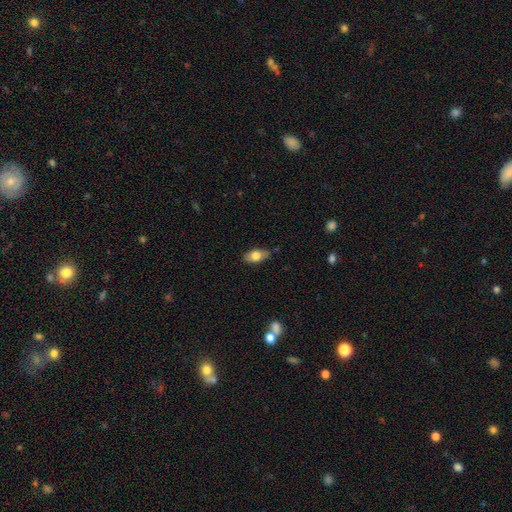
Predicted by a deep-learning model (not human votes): Smooth or featured: smooth — 75% (featured or disk — 18%)
How rounded: in between — 88% (round — 6%)
Merging: none — 79% (minor disturbance — 16%)